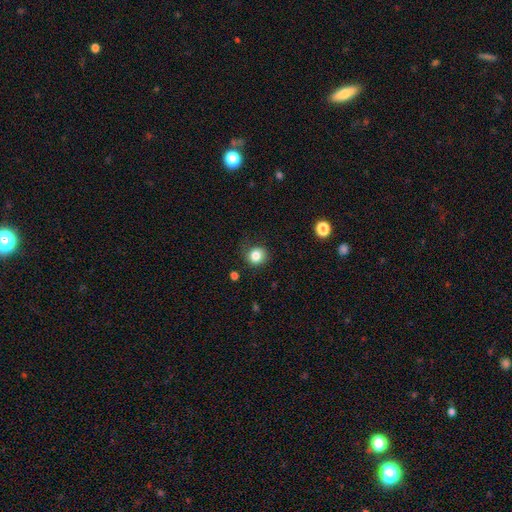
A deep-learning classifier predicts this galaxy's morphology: A smooth galaxy with no disk features (83%) that is round (84%).

Vote fractions:
- Smooth or featured? smooth: 83% / star or artifact: 11% / featured or disk: 6%
- How rounded? round: 84% / in between: 15% / cigar-shaped: 1%
- Merging? none: 79% / minor disturbance: 15% / major disturbance: 4% / merger: 2%